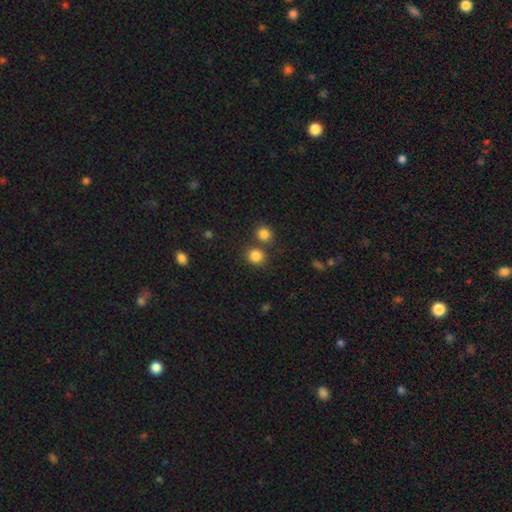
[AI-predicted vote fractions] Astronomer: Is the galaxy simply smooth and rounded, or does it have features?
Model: smooth — 83%.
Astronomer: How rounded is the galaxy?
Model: round — 86%.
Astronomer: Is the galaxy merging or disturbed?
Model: none — 70%.